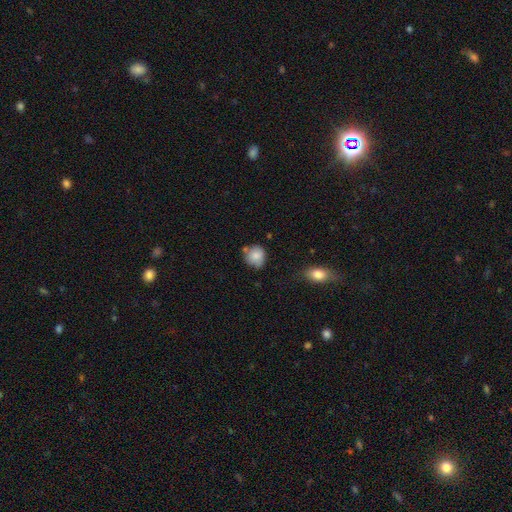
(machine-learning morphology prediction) Overall: smooth (81%). How rounded: round (81%). Merging: none (62%; minor disturbance 25%).